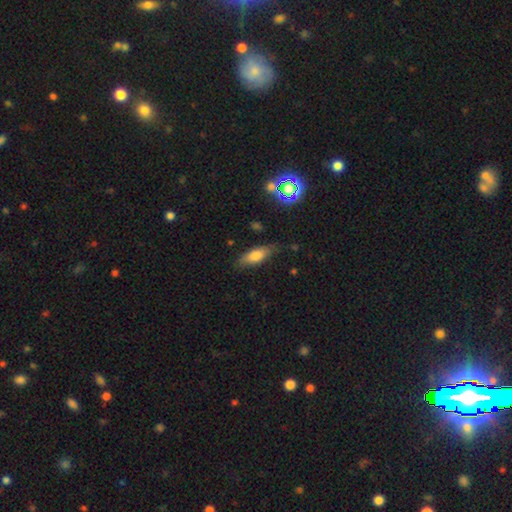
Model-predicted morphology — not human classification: The model was most divided on "how rounded": in between: 67%, cigar-shaped: 30%, round: 3%. More confident: smooth or featured — smooth (74%); merging — none (72%).